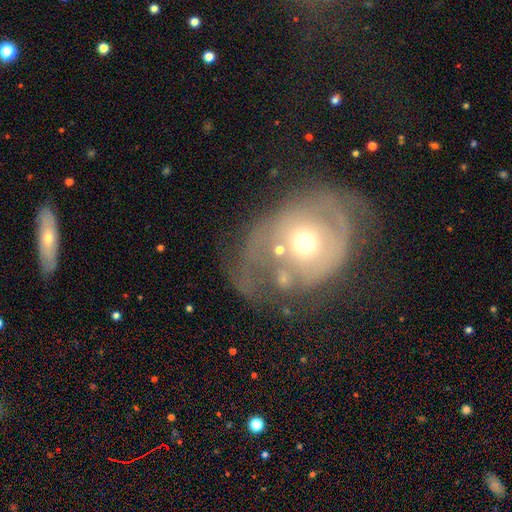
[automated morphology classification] Smooth or featured? Predicted: featured or disk (p=0.68). Edge-on disk? Predicted: no (p=0.96). Bar? Predicted: no (p=0.74). Spiral arms? Predicted: yes (p=0.67). Bulge size? Predicted: moderate (p=0.66). Merging? Predicted: none (p=0.46).